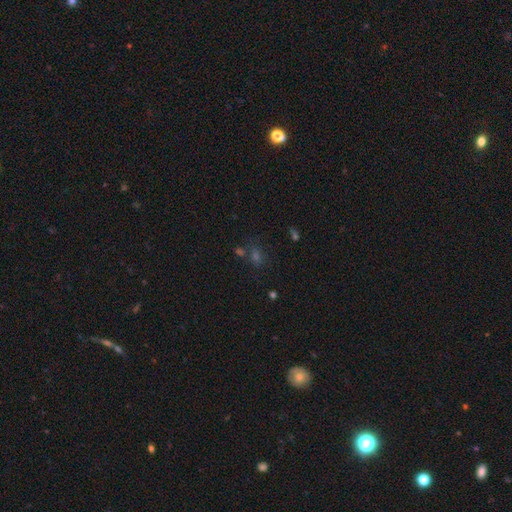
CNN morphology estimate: Smooth or featured? Predicted: smooth (p=0.44, tied with star or artifact). Merging? Predicted: none (p=0.65).